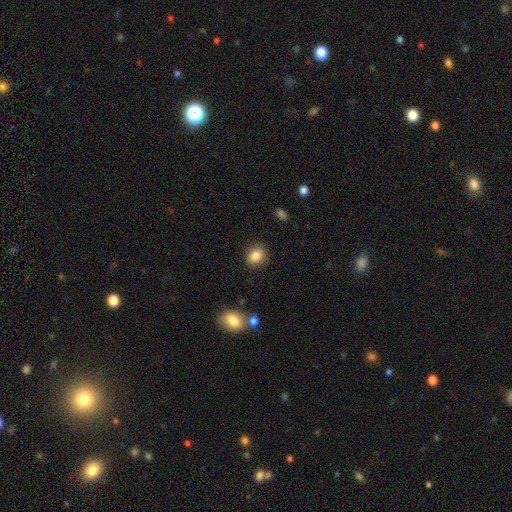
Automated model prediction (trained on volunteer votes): smooth-or-featured: smooth: 85% | star or artifact: 9% | featured or disk: 6%
  how-rounded: round: 70% | in between: 29% | cigar-shaped: 1%
  merging: none: 87% | minor disturbance: 9% | major disturbance: 2% | merger: 2%